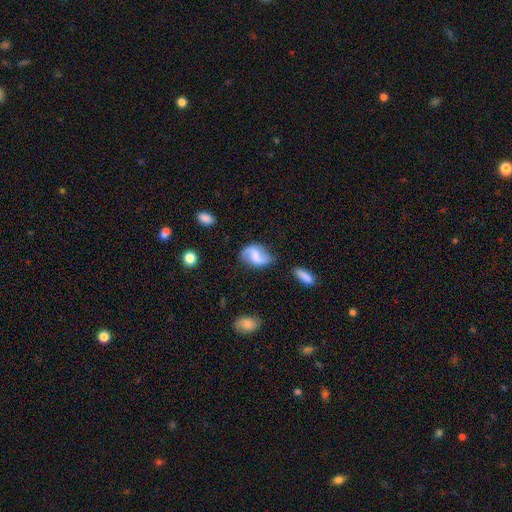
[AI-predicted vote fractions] Overall: featured or disk (62%; smooth 30%). Edge-on disk: no (97%). Bar: weak (45%; no 36%). Spiral arms: yes (91%). Spiral arm count: 2 (89%). Spiral winding: loose (63%; medium 28%). Bulge size: none (37%; moderate 27%). Merging: none (68%).